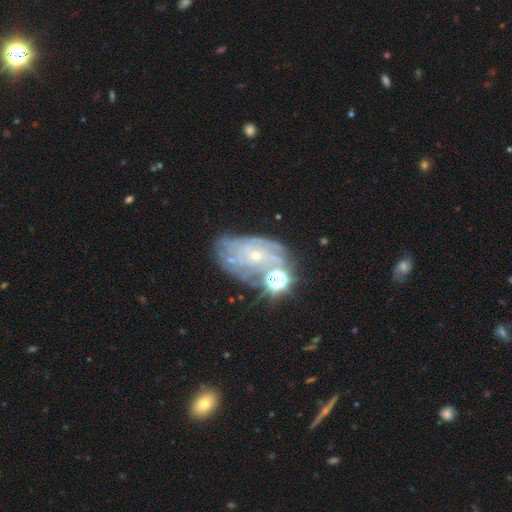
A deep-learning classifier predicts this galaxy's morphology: featured or disk 76%, star or artifact 13%, smooth 11%. Down the decision tree: edge-on disk — no (96%); bar — no (76%); spiral arms — yes (90%); spiral arm count — can't tell (43%); spiral winding — tight (66%); bulge size — small (79%); merging — none (59%).